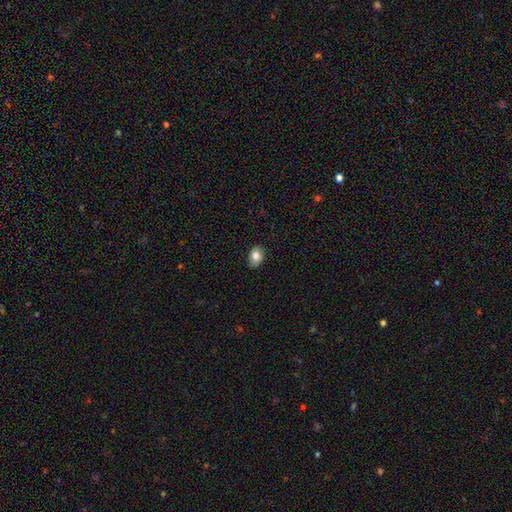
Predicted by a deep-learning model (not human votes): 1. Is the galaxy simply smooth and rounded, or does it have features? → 82% smooth, 10% featured or disk, 8% star or artifact.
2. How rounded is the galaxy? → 82% in between, 17% round, 1% cigar-shaped.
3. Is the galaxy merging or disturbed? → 86% none, 11% minor disturbance, 2% major disturbance, 1% merger.